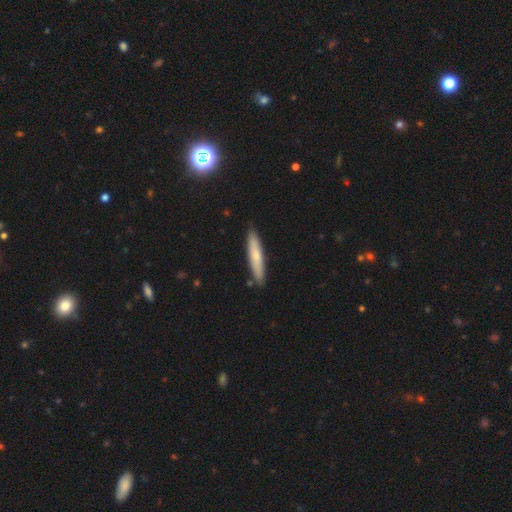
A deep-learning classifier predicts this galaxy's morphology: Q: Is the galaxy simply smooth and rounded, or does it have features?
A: smooth — 67%.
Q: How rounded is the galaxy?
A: cigar-shaped — 90%.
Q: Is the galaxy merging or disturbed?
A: none — 88%.